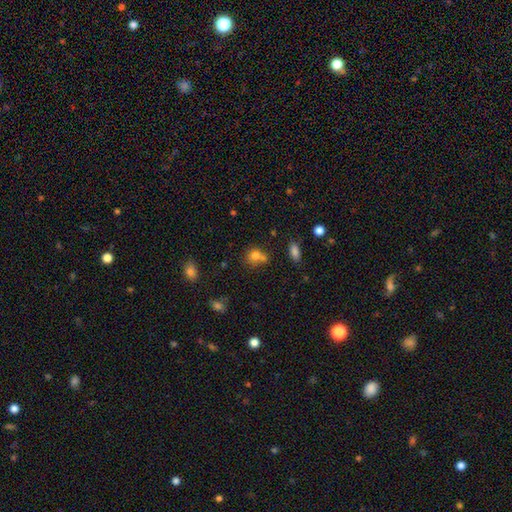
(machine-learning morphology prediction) Smooth or featured? Predicted: smooth (p=0.76). How rounded? Predicted: round (p=0.64). Merging? Predicted: none (p=0.46).